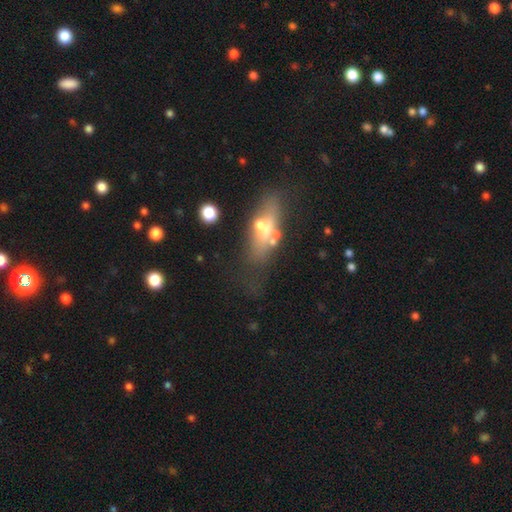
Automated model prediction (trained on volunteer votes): smooth 40%, featured or disk 39%, star or artifact 21%. Down the decision tree: merging — none (50%).